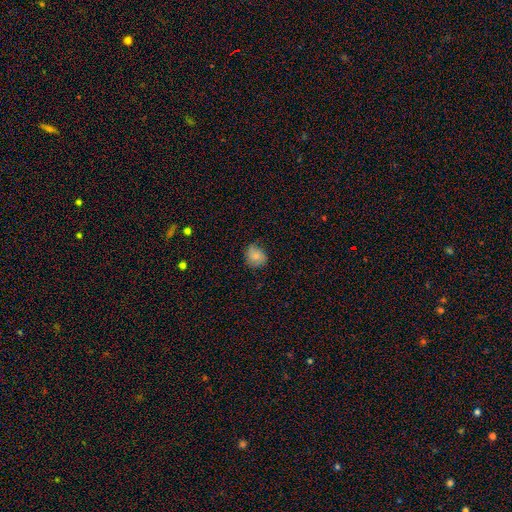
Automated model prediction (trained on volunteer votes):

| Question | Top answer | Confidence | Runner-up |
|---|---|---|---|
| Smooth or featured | smooth | 82% | featured or disk (10%) |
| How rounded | round | 76% | in between (23%) |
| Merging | none | 72% | minor disturbance (22%) |